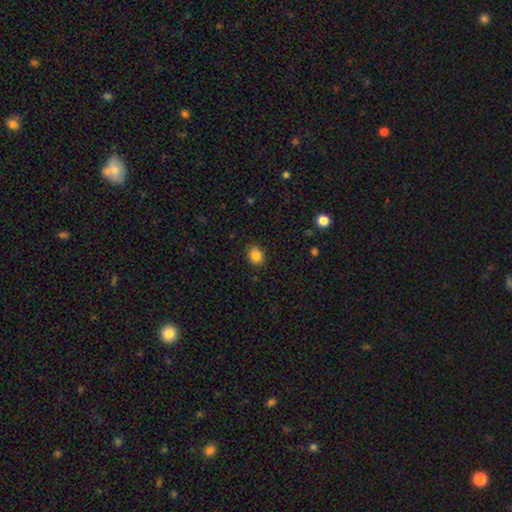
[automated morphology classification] smooth_or_featured: smooth (p=0.86) [alt: star or artifact p=0.10]
how_rounded: round (p=0.56) [alt: in between p=0.43]
merging: none (p=0.89) [alt: minor disturbance p=0.08]